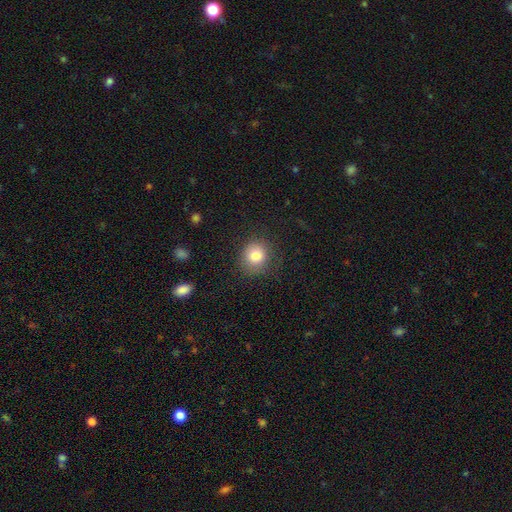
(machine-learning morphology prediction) smooth-or-featured: smooth: 80% | star or artifact: 11% | featured or disk: 9%
  how-rounded: round: 84% | in between: 15% | cigar-shaped: 1%
  merging: none: 81% | minor disturbance: 13% | major disturbance: 5% | merger: 1%